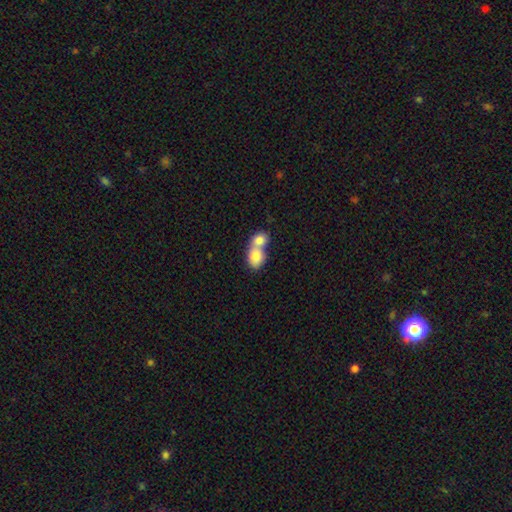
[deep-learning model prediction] Q: Smooth or featured?
A: smooth (79%); runner-up: featured or disk (14%)
Q: How rounded?
A: in between (56%); runner-up: round (42%)
Q: Merging?
A: merger (76%); runner-up: none (17%)